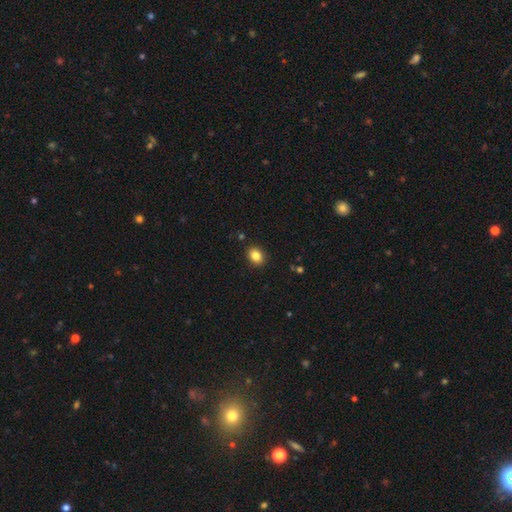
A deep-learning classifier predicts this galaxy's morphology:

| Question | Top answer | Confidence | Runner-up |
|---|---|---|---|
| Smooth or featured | smooth | 85% | star or artifact (10%) |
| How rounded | in between | 58% | round (41%) |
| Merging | none | 88% | minor disturbance (8%) |